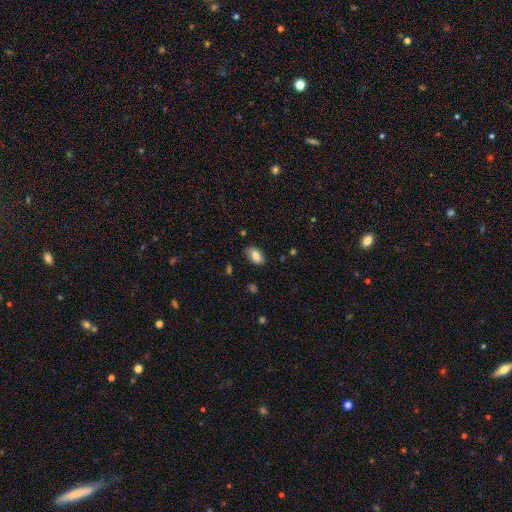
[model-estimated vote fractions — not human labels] smooth 84%, featured or disk 8%, star or artifact 7%. Down the decision tree: how rounded — in between (93%); merging — none (84%).